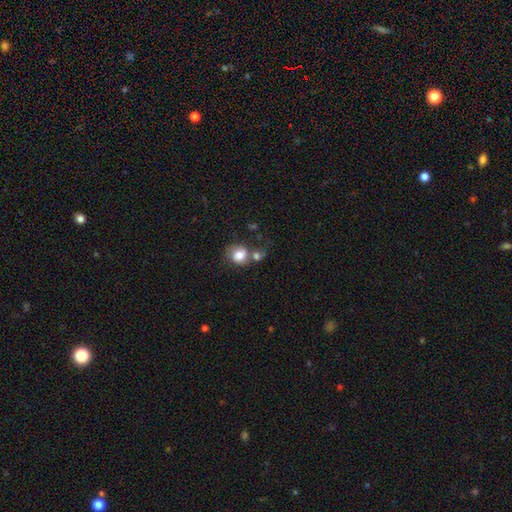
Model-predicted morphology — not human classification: type=smooth (76%); roundness=round (82%); merging=none (51%).